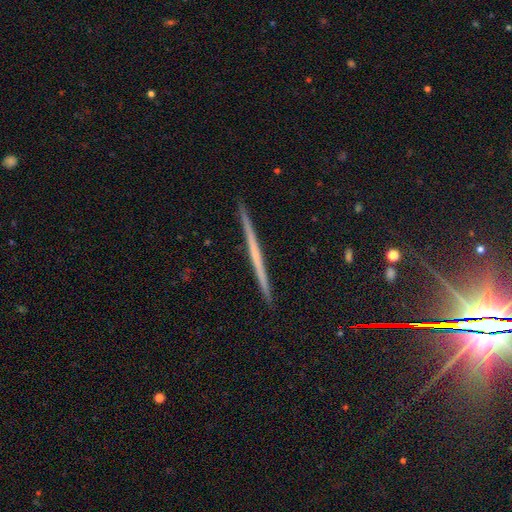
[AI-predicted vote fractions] Smooth or featured: featured or disk — 62% (smooth — 30%)
Edge-on disk: yes — 98% (no — 2%)
Edge-on bulge: none — 86% (rounded — 10%)
Merging: none — 93% (minor disturbance — 5%)